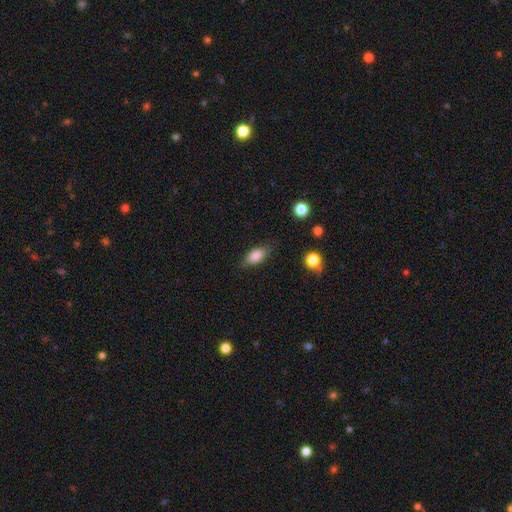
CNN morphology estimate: Smooth or featured? smooth (83%)
How rounded? in between (86%)
Merging? none (76%)